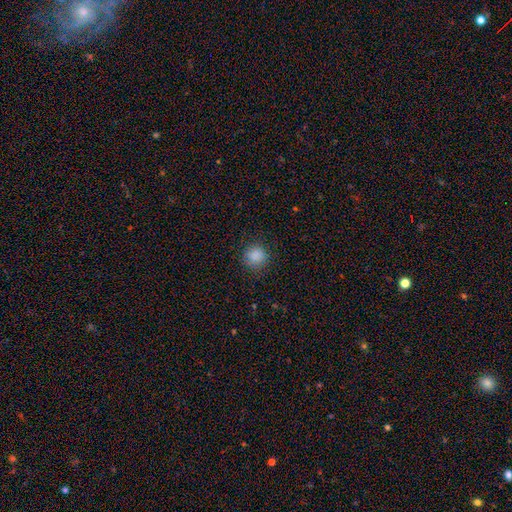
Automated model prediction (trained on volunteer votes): Smooth or featured?
  - smooth: 86% *
  - star or artifact: 10%
  - featured or disk: 4%
How rounded?
  - round: 90% *
  - in between: 9%
  - cigar-shaped: 1%
Merging?
  - none: 86% *
  - minor disturbance: 10%
  - major disturbance: 3%
  - merger: 1%